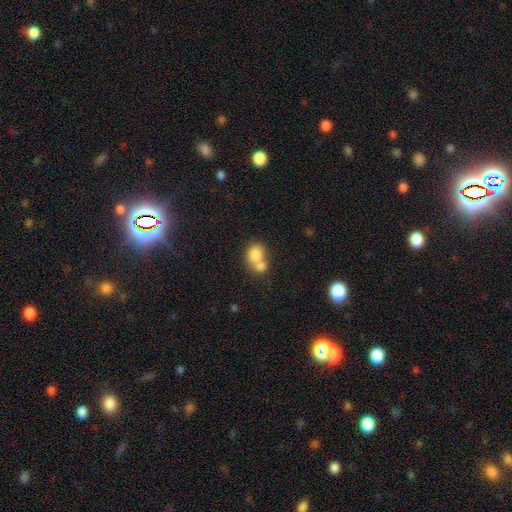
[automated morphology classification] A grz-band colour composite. It shows a smooth galaxy with no disk features (77%) that is round (60%). Merging: merger (66%).